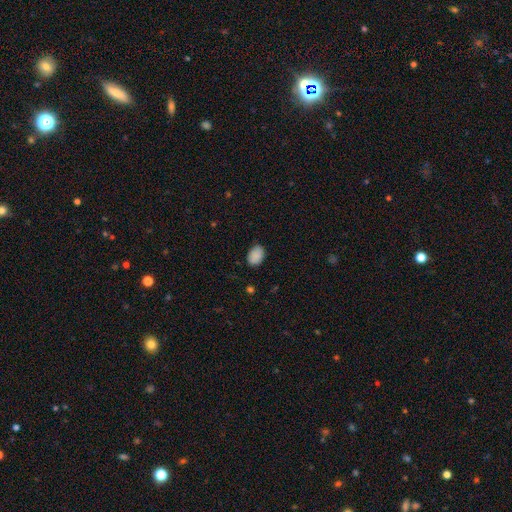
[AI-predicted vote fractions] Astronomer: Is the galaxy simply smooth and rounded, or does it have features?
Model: smooth — 89%.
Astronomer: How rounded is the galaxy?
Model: in between — 81%.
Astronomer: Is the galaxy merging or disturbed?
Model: none — 83%.